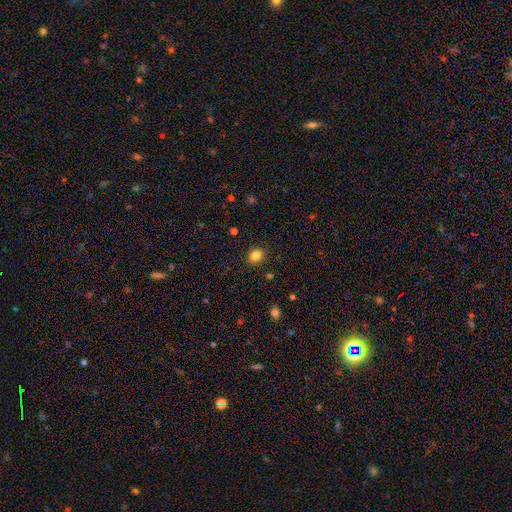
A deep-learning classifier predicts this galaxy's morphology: Smooth or featured? smooth (84%)
How rounded? round (65%)
Merging? none (89%)